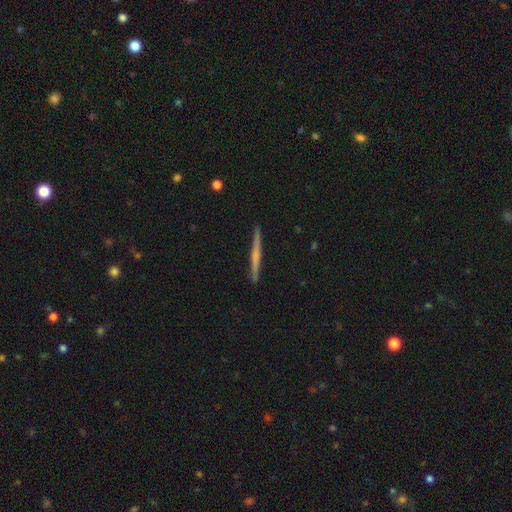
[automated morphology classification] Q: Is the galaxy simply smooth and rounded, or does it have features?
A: featured or disk — 54%.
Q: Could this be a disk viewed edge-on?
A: yes — 98%.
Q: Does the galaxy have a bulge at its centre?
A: none — 71%.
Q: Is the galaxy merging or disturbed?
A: none — 91%.